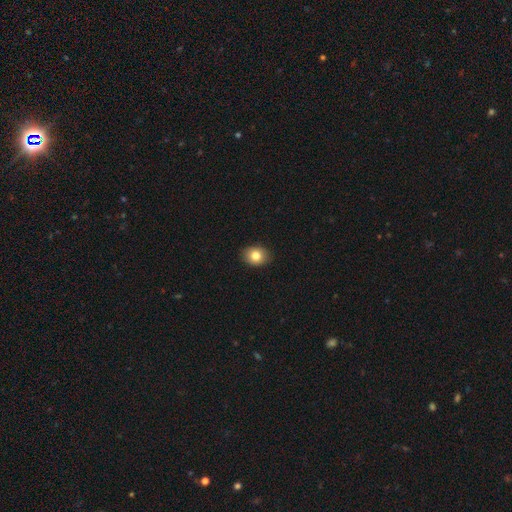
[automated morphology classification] smooth 82%, star or artifact 9%, featured or disk 9%. Down the decision tree: how rounded — in between (55%); merging — none (89%).